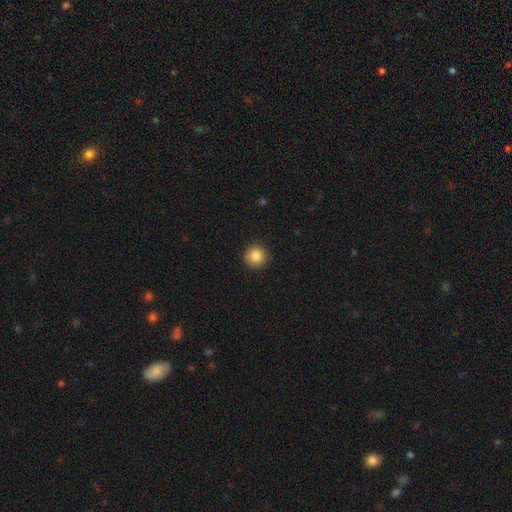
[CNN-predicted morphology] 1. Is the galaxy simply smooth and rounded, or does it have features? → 85% smooth, 10% star or artifact, 5% featured or disk.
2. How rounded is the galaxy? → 94% round, 6% in between, 1% cigar-shaped.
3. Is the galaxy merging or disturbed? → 90% none, 7% minor disturbance, 2% major disturbance, 1% merger.